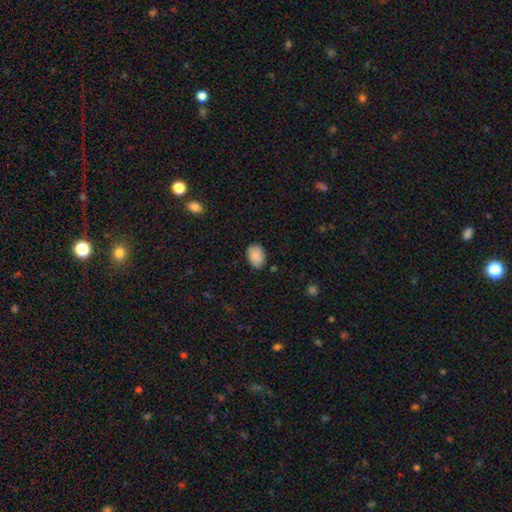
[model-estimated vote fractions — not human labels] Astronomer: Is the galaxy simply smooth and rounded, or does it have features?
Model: smooth — 89%.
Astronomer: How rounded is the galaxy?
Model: in between — 81%.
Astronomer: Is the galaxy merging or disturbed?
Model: none — 84%.